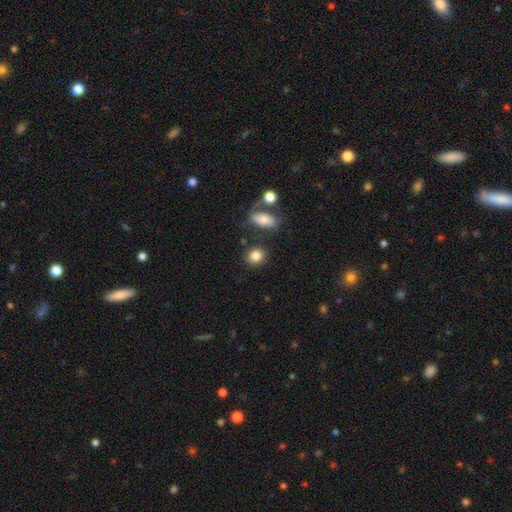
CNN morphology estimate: A smooth galaxy with no disk features (83%) that is round (62%).

Vote fractions:
- Smooth or featured? smooth: 83% / star or artifact: 9% / featured or disk: 9%
- How rounded? round: 62% / in between: 37% / cigar-shaped: 2%
- Merging? none: 74% / minor disturbance: 11% / merger: 10% / major disturbance: 5%